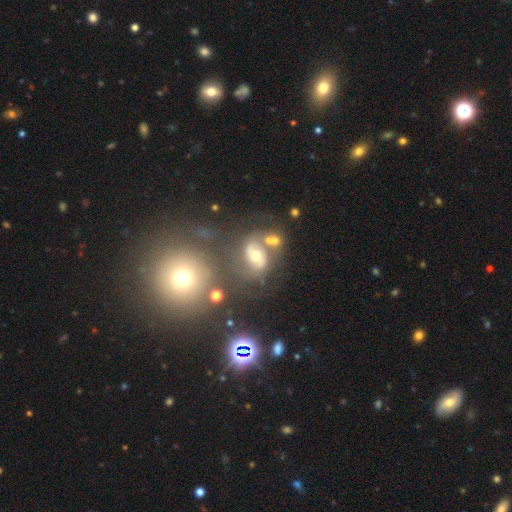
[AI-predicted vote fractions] Smooth or featured: featured or disk — 56% (smooth — 29%)
Edge-on disk: no — 96% (yes — 4%)
Bar: no — 50% (weak — 32%)
Spiral arms: yes — 68% (no — 32%)
Bulge size: moderate — 68% (small — 20%)
Merging: none — 46% (merger — 25%)